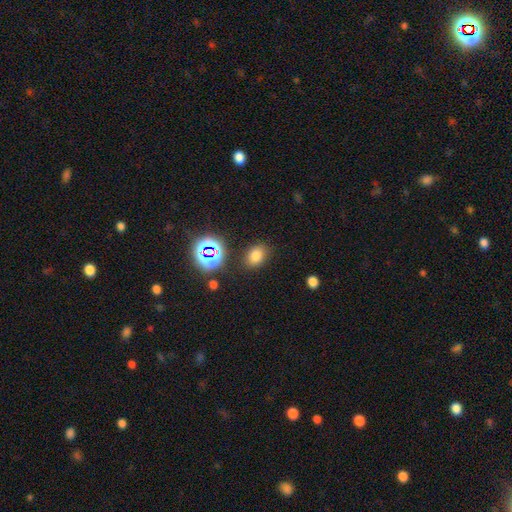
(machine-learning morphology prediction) Smooth or featured: smooth — 74% (star or artifact — 18%)
How rounded: in between — 68% (round — 31%)
Merging: none — 83% (minor disturbance — 11%)